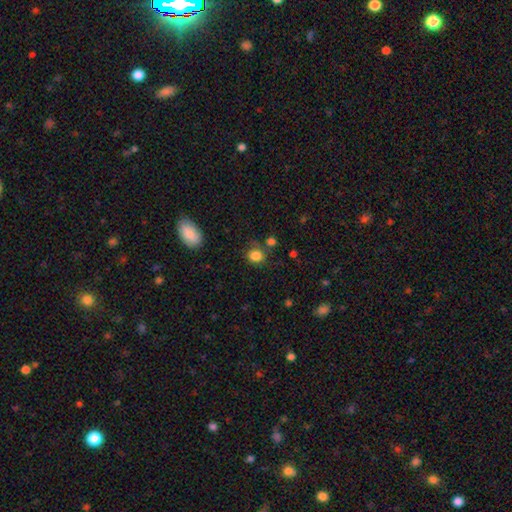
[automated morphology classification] A smooth galaxy with no disk features (84%) that is round (69%).

Vote fractions:
- Smooth or featured? smooth: 84% / star or artifact: 11% / featured or disk: 5%
- How rounded? round: 69% / in between: 30% / cigar-shaped: 1%
- Merging? none: 67% / minor disturbance: 18% / merger: 8% / major disturbance: 7%